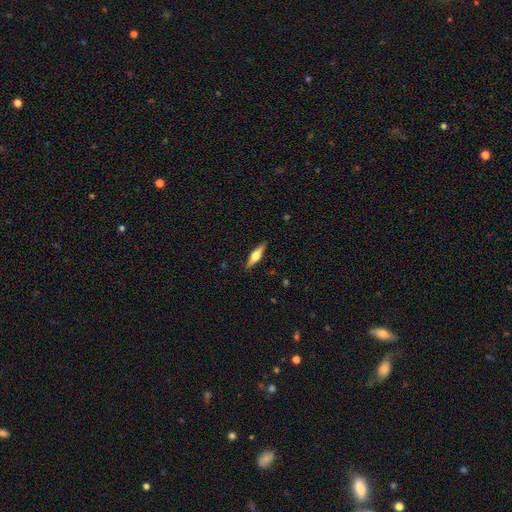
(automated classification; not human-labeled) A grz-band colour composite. It shows a featured or disk galaxy (54%) viewed edge-on (95%) with a rounded central bulge (91%). Merging: none (89%).